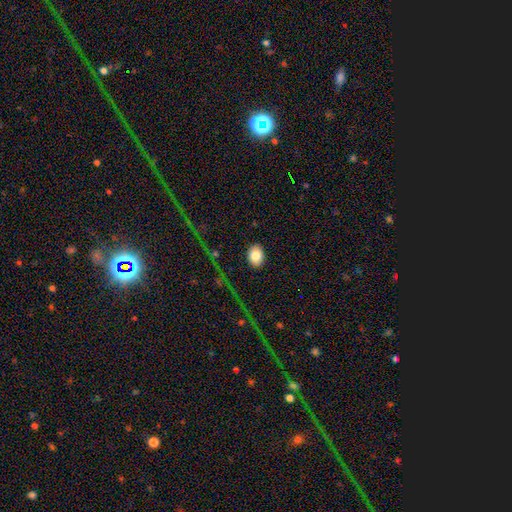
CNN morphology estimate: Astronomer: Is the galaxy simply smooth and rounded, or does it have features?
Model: smooth — 84%.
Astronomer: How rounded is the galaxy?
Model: in between — 68%.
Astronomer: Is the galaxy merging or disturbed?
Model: none — 89%.